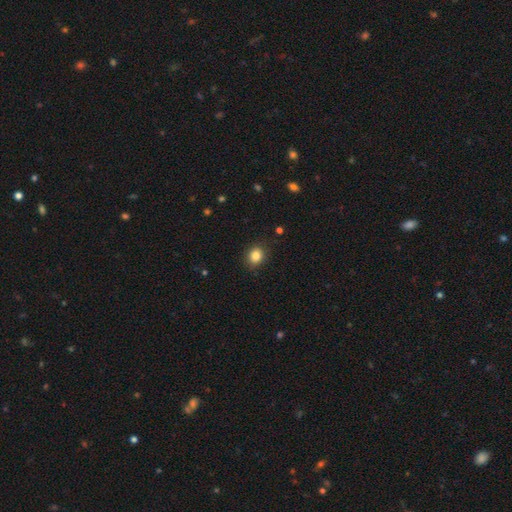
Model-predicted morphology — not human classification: smooth_or_featured: smooth (p=0.84) [alt: star or artifact p=0.11]
how_rounded: round (p=0.68) [alt: in between p=0.31]
merging: none (p=0.87) [alt: minor disturbance p=0.09]